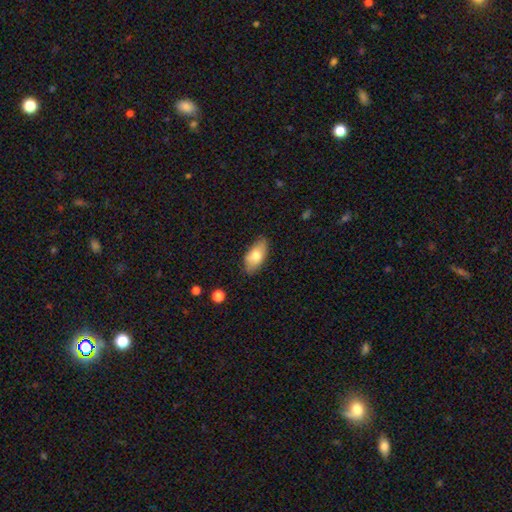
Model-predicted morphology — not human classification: A smooth galaxy with no disk features (74%) that is in between round and cigar-shaped (89%). Merging: none (80%).